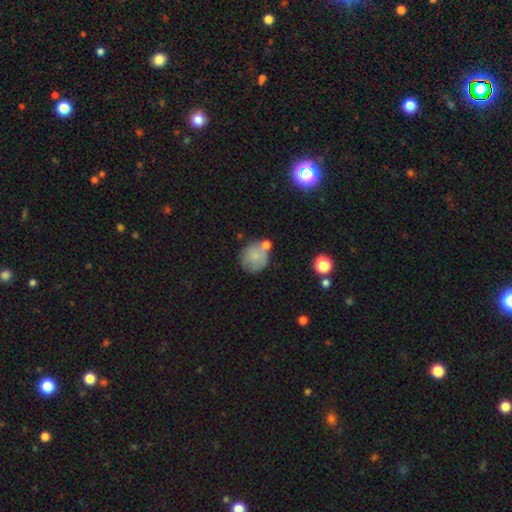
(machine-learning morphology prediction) smooth_or_featured: smooth (p=0.76) [alt: featured or disk p=0.16]
how_rounded: round (p=0.83) [alt: in between p=0.16]
merging: none (p=0.55) [alt: minor disturbance p=0.20]